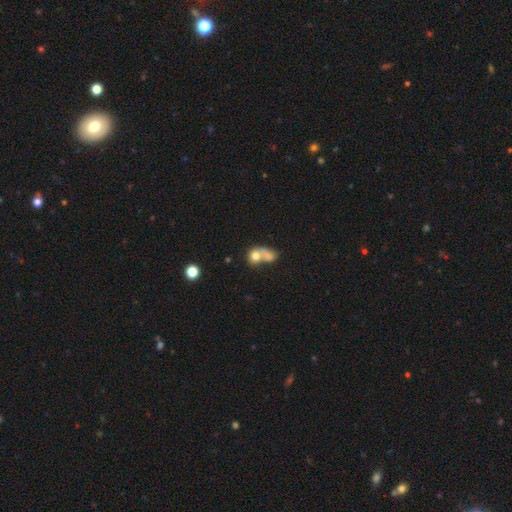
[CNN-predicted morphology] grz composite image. It shows a smooth galaxy with no disk features (72%) that is round (59%). Merging: merger (63%).